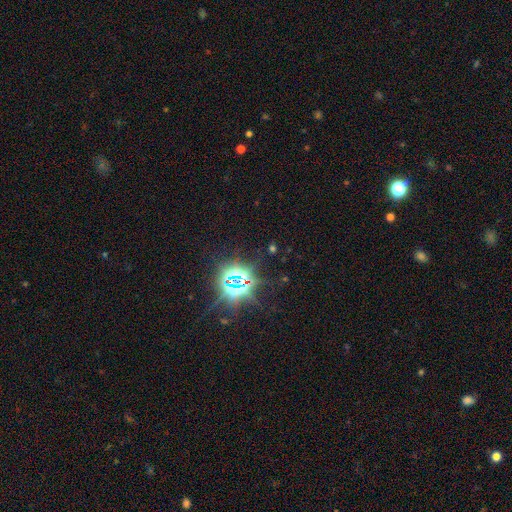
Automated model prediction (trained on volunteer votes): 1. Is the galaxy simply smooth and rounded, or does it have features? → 72% star or artifact, 23% smooth, 5% featured or disk.